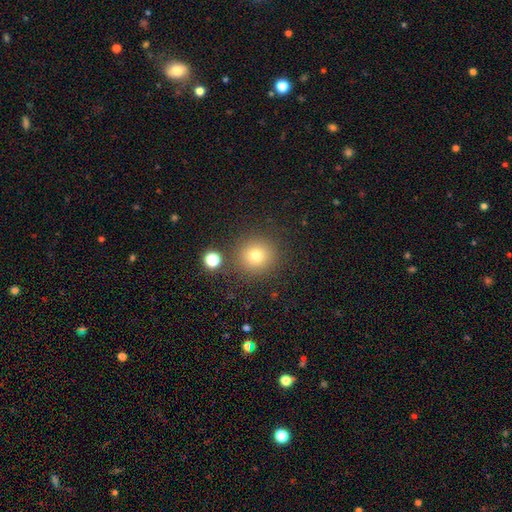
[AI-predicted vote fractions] Morphology: type=smooth (75%); roundness=round (93%); merging=none (85%).